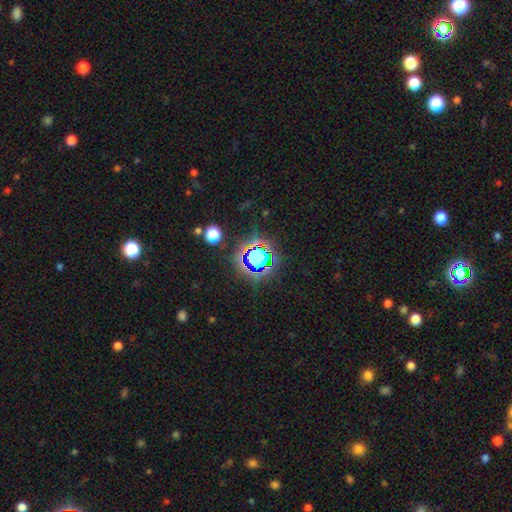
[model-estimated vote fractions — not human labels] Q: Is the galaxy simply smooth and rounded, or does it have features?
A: star or artifact — 64%.